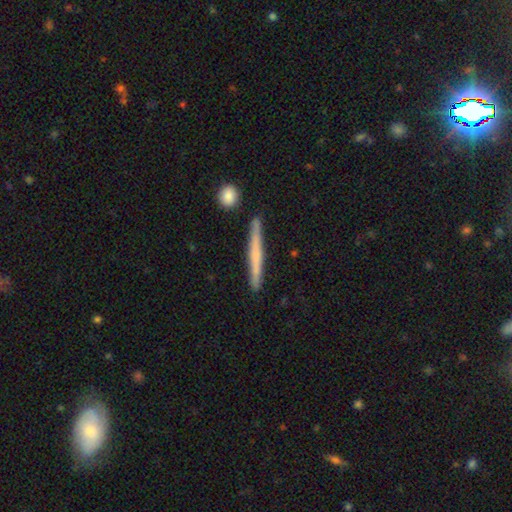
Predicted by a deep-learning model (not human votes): Overall: smooth (50%; featured or disk 44%). Merging: none (87%).